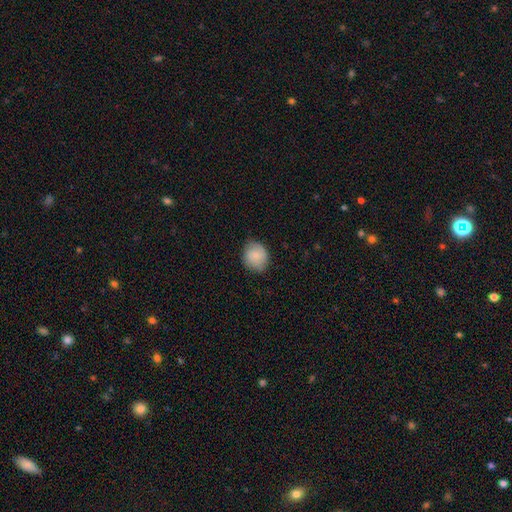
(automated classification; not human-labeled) Smooth or featured?
  - smooth: 76% *
  - featured or disk: 17%
  - star or artifact: 7%
How rounded?
  - round: 68% *
  - in between: 31%
  - cigar-shaped: 1%
Merging?
  - none: 79% *
  - minor disturbance: 17%
  - major disturbance: 3%
  - merger: 1%